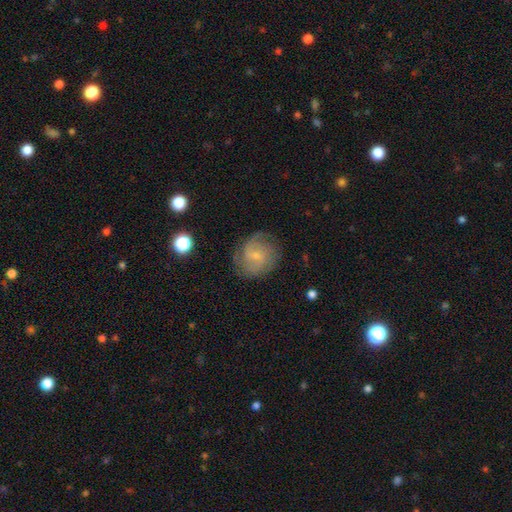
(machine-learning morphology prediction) Smooth or featured?
  - featured or disk: 61% *
  - smooth: 31%
  - star or artifact: 8%
Edge-on disk?
  - no: 97% *
  - yes: 3%
Bar?
  - weak: 51% *
  - no: 39%
  - strong: 10%
Spiral arms?
  - yes: 87% *
  - no: 13%
Spiral winding?
  - medium: 44% *
  - tight: 33%
  - loose: 23%
Spiral arm count?
  - 2: 48% *
  - can't tell: 29%
  - 3: 11%
  - 1: 6%
  - 4: 4%
  - more than 4: 3%
Bulge size?
  - small: 71% *
  - moderate: 20%
  - none: 7%
  - large: 1%
  - dominant: 1%
Merging?
  - none: 70% *
  - minor disturbance: 20%
  - major disturbance: 9%
  - merger: 1%